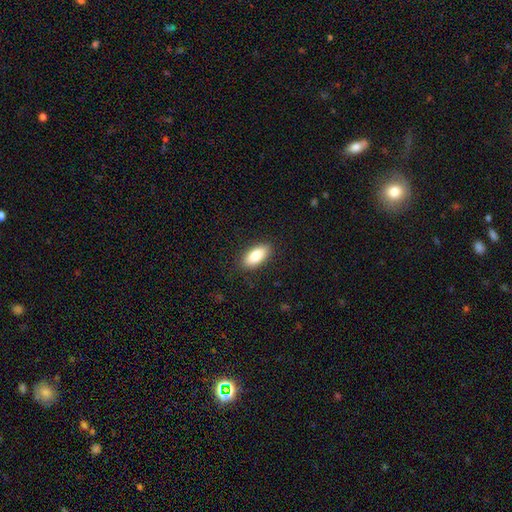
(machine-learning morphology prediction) This is clearly a smooth galaxy (83%). How rounded: clearly in between (89%). Merging: clearly none (88%).